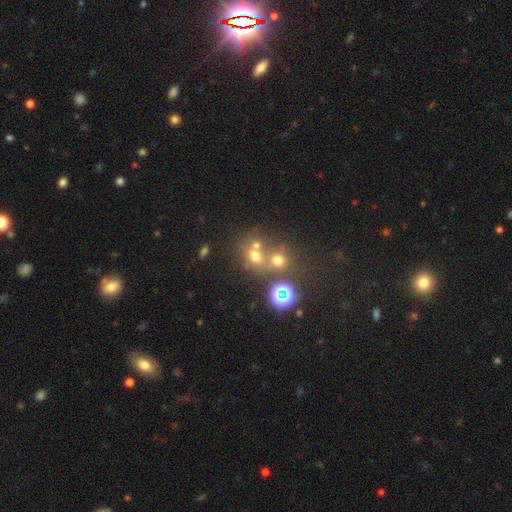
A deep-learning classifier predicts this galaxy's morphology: Smooth or featured? Predicted: smooth (p=0.53). How rounded? Predicted: round (p=0.77). Merging? Predicted: none (p=0.46).